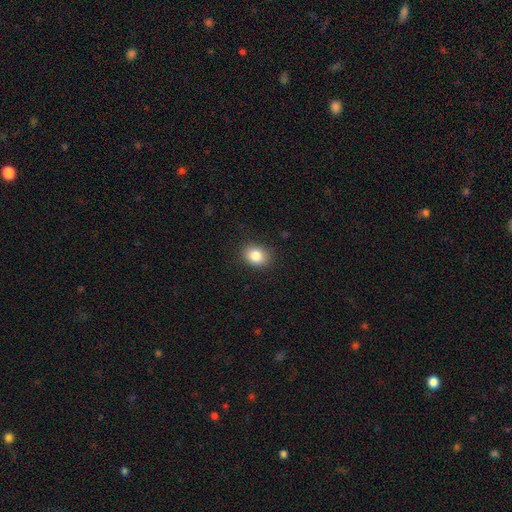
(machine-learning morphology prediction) A smooth galaxy with no disk features (84%) that is in between round and cigar-shaped (53%). Merging: none (86%).